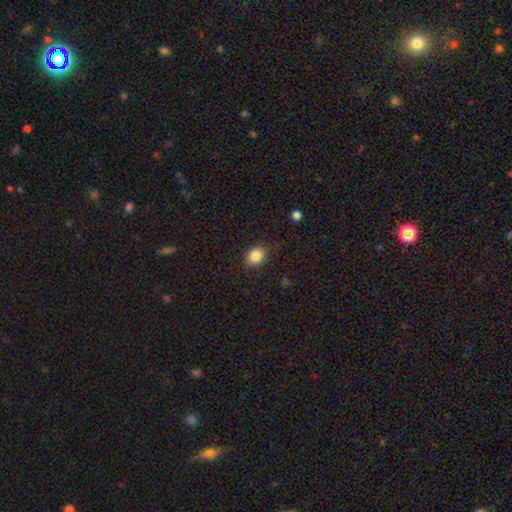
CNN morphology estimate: Smooth or featured? Predicted: smooth (p=0.86). How rounded? Predicted: in between (p=0.51). Merging? Predicted: none (p=0.82).